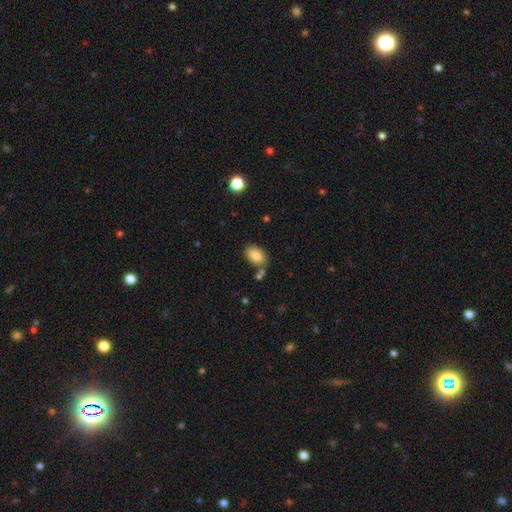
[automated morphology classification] Smooth or featured: smooth — 83% (featured or disk — 9%)
How rounded: in between — 87% (round — 12%)
Merging: none — 73% (minor disturbance — 14%)